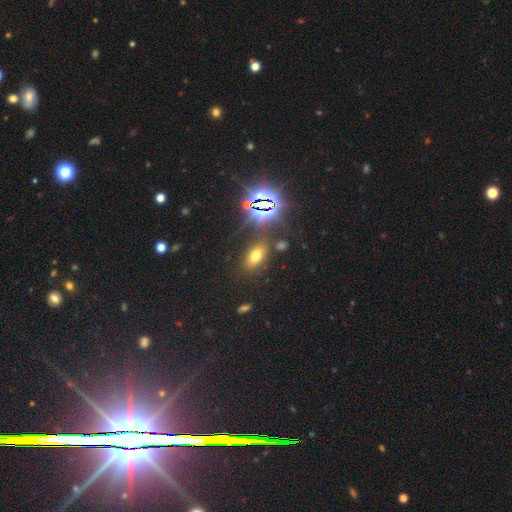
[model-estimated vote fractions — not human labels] Overall: smooth (55%; star or artifact 34%). How rounded: in between (84%). Merging: none (79%).